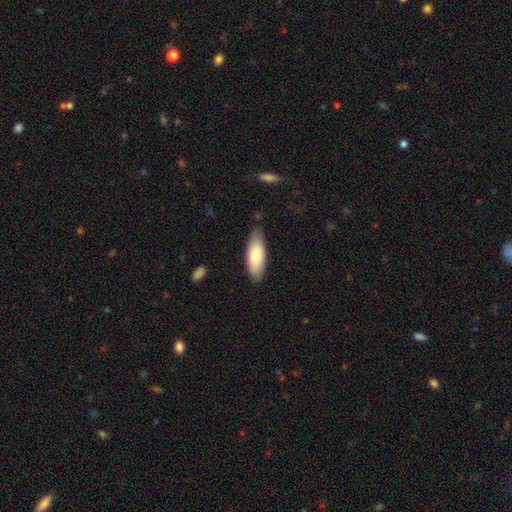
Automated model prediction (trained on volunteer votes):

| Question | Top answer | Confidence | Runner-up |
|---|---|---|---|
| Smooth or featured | smooth | 78% | featured or disk (17%) |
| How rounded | in between | 69% | cigar-shaped (29%) |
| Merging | none | 81% | minor disturbance (14%) |